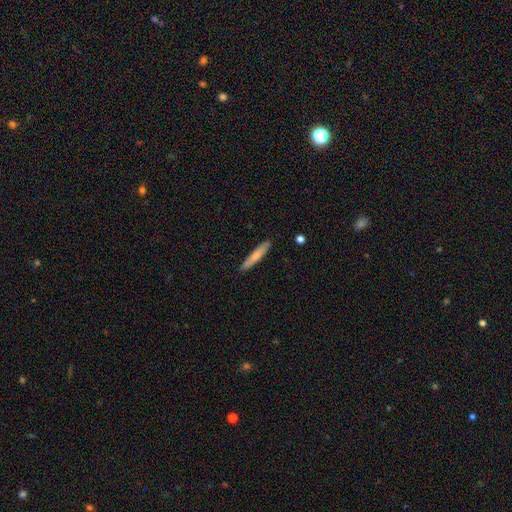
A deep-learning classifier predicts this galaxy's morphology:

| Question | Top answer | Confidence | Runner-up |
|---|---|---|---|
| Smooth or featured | smooth | 72% | featured or disk (22%) |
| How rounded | cigar-shaped | 93% | in between (5%) |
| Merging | none | 90% | minor disturbance (7%) |